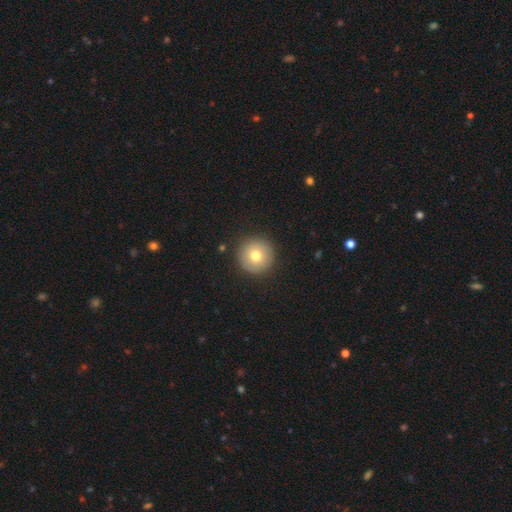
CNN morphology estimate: smooth 74%, featured or disk 16%, star or artifact 10%. Down the decision tree: how rounded — round (97%); merging — none (92%).